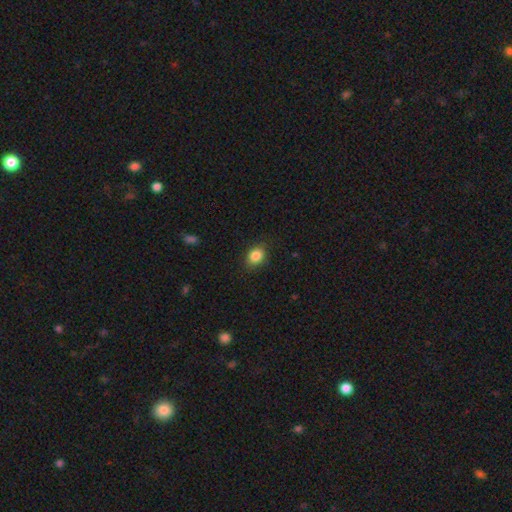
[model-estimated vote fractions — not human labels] The model was most divided on "how rounded": in between: 53%, round: 45%, cigar-shaped: 1%. More confident: smooth or featured — smooth (86%); merging — none (85%).